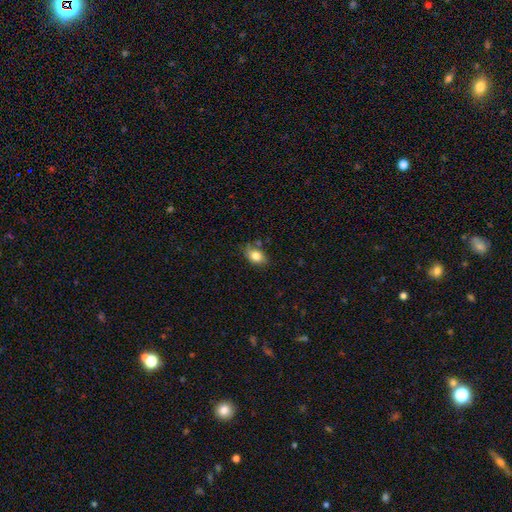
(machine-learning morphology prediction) Smooth or featured?
  - smooth: 82% *
  - featured or disk: 10%
  - star or artifact: 8%
How rounded?
  - in between: 82% *
  - round: 16%
  - cigar-shaped: 2%
Merging?
  - none: 69% *
  - minor disturbance: 22%
  - major disturbance: 4%
  - merger: 4%